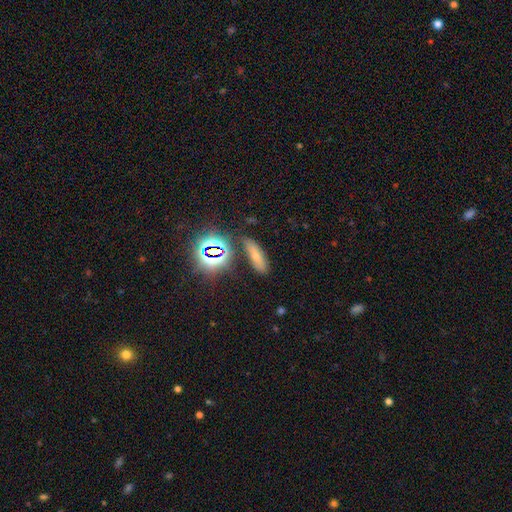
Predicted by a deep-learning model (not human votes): Smooth or featured? smooth (58%)
How rounded? in between (47%)
Merging? none (79%)